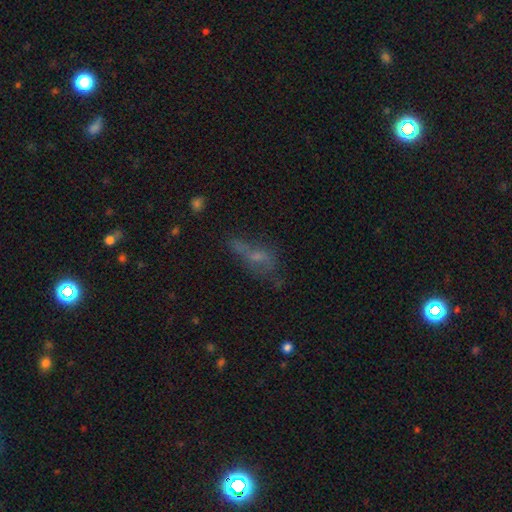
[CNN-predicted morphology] This is marginally a smooth galaxy (42%). Merging: marginally none (39%).